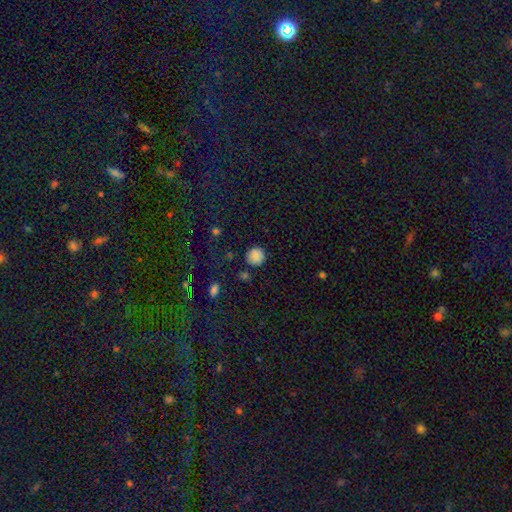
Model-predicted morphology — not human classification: Smooth or featured? smooth (84%)
How rounded? round (92%)
Merging? none (86%)